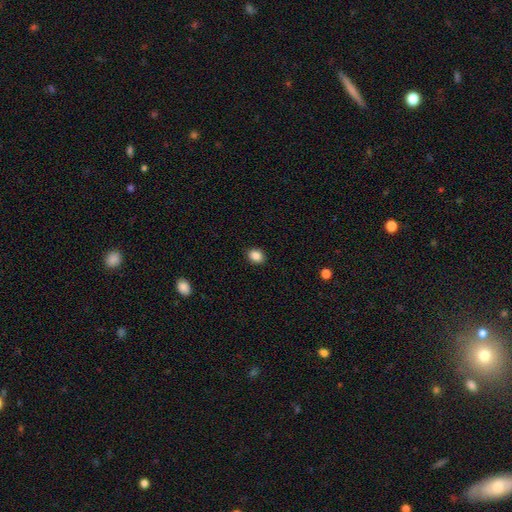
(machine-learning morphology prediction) Overall: smooth (87%). How rounded: in between (53%; round 46%). Merging: none (90%).